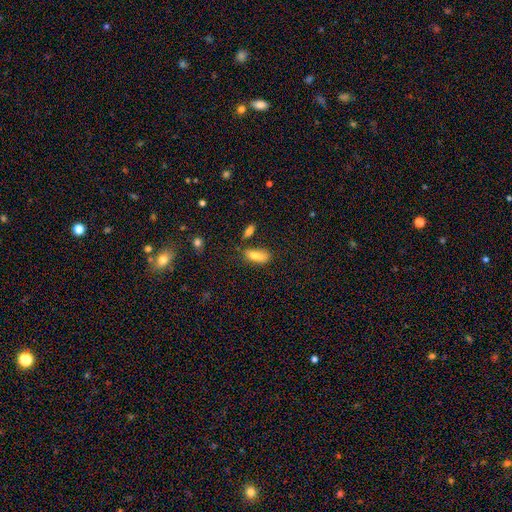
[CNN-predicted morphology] Smooth or featured: smooth — 75% (featured or disk — 15%)
How rounded: in between — 72% (cigar-shaped — 24%)
Merging: none — 47% (minor disturbance — 22%)